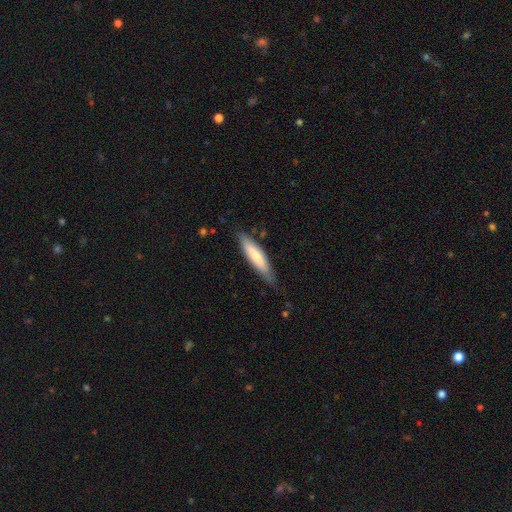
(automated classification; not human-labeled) Overall: smooth (70%). How rounded: cigar-shaped (71%). Merging: none (72%).